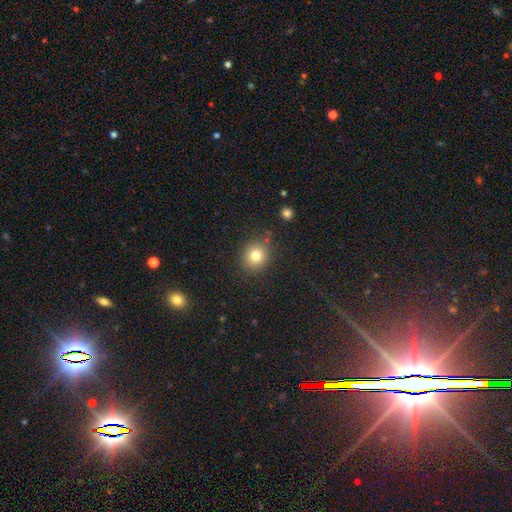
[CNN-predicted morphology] The model was most divided on "how rounded": round: 80%, in between: 19%, cigar-shaped: 1%. More confident: merging — none (85%); smooth or featured — smooth (80%).